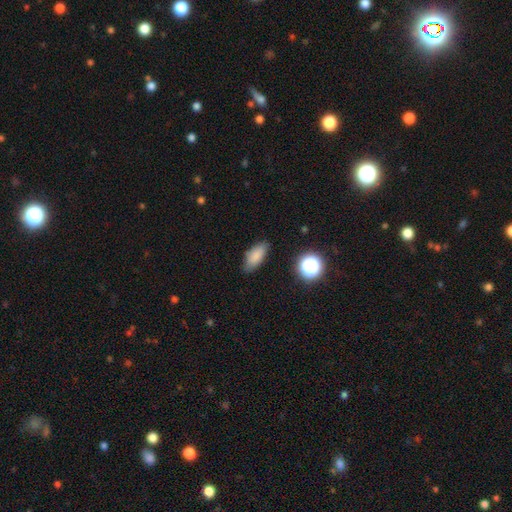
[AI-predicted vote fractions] A smooth galaxy with no disk features (82%) that is in between round and cigar-shaped (86%). Merging: none (78%).